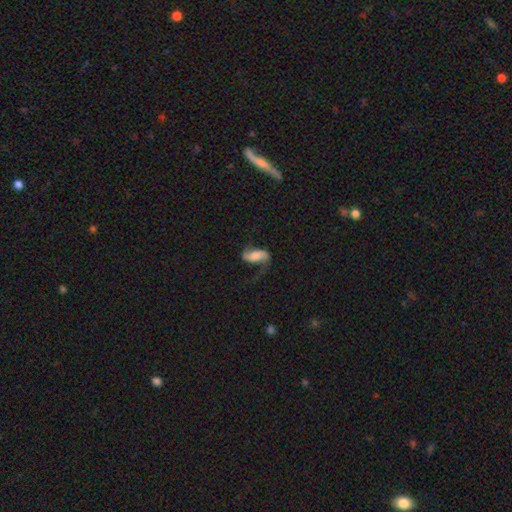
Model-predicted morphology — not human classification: Q: Smooth or featured?
A: featured or disk (62%); runner-up: smooth (30%)
Q: Edge-on disk?
A: no (95%); runner-up: yes (5%)
Q: Bar?
A: no (43%); runner-up: weak (34%)
Q: Spiral arms?
A: yes (91%); runner-up: no (9%)
Q: Spiral winding?
A: loose (69%); runner-up: medium (23%)
Q: Spiral arm count?
A: 2 (81%); runner-up: 1 (13%)
Q: Bulge size?
A: large (26%); runner-up: none (25%)
Q: Merging?
A: none (51%); runner-up: major disturbance (26%)